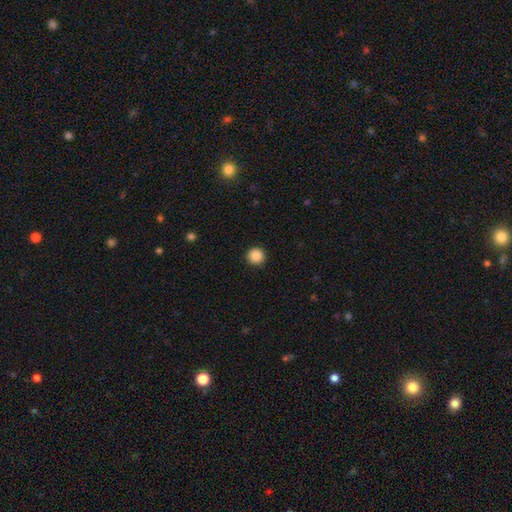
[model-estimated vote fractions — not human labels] smooth-or-featured: smooth: 88% | star or artifact: 10% | featured or disk: 2%
  how-rounded: round: 96% | in between: 3% | cigar-shaped: 1%
  merging: none: 93% | minor disturbance: 5% | major disturbance: 2% | merger: 1%